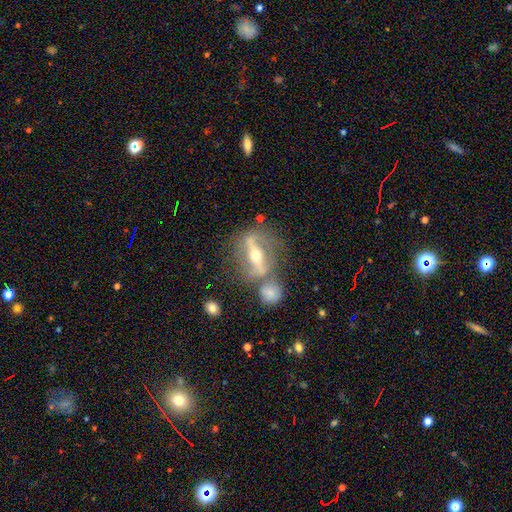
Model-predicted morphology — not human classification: The model was most divided on "spiral arms": yes: 61%, no: 39%. More confident: smooth or featured — featured or disk (80%); bar — strong (77%); edge-on disk — no (66%); merging — none (59%); bulge size — moderate (59%).